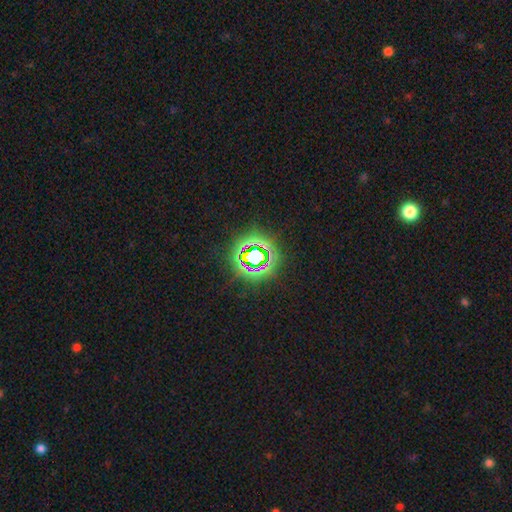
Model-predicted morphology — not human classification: star or artifact 72%, smooth 17%, featured or disk 11%.